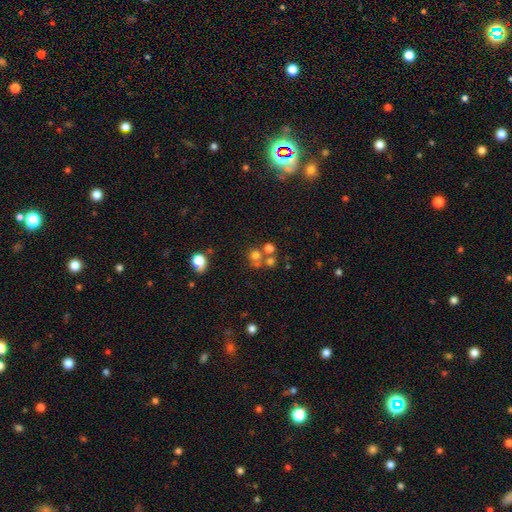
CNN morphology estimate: This is likely a smooth galaxy (64%). How rounded: clearly round (86%). Merging: possibly none (52%).